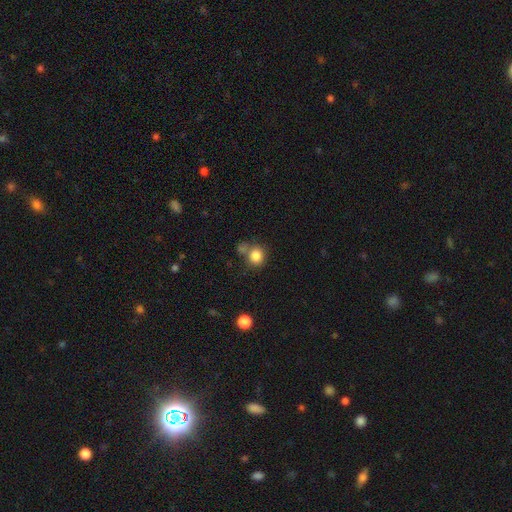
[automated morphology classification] Smooth or featured? Predicted: smooth (p=0.83). How rounded? Predicted: round (p=0.82). Merging? Predicted: none (p=0.58).